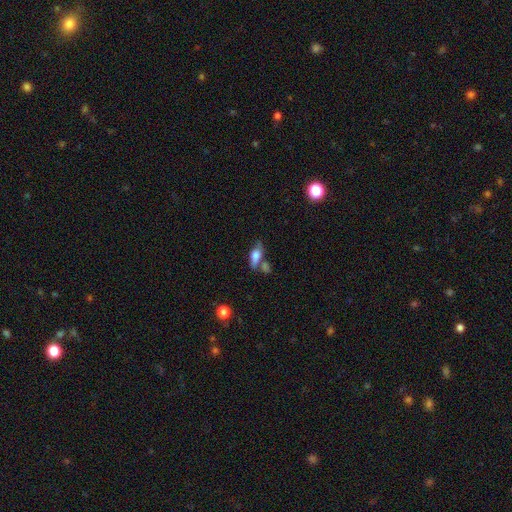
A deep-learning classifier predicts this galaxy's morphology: Smooth or featured? Predicted: smooth (p=0.63). How rounded? Predicted: in between (p=0.73). Merging? Predicted: none (p=0.50).